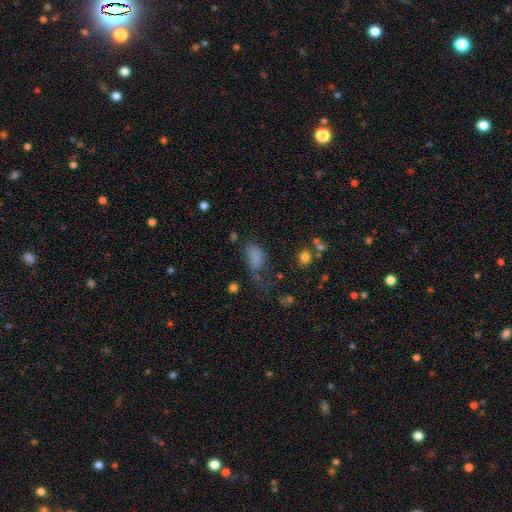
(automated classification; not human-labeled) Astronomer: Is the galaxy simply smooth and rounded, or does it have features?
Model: smooth — 74%.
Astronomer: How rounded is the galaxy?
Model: in between — 87%.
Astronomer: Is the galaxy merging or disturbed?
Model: major disturbance — 41% (runner-up: none, 27%).